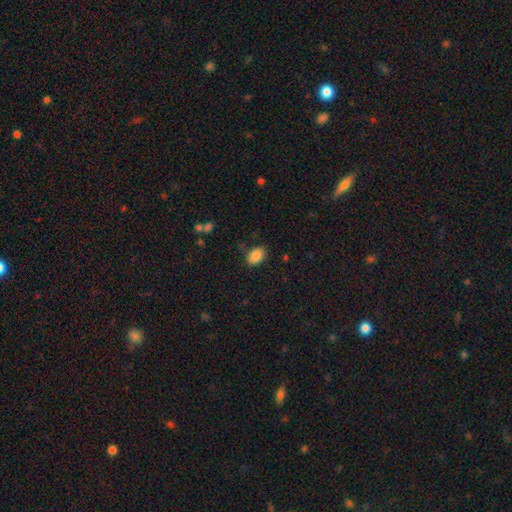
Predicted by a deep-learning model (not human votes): smooth 88%, star or artifact 8%, featured or disk 4%. Down the decision tree: how rounded — in between (88%); merging — none (84%).